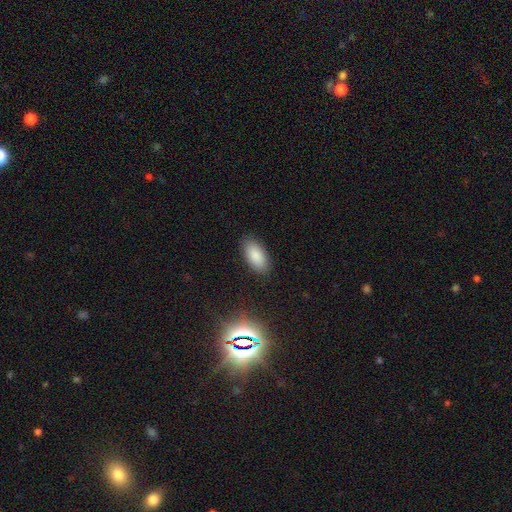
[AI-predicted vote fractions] Smooth or featured? smooth (86%)
How rounded? in between (93%)
Merging? none (87%)